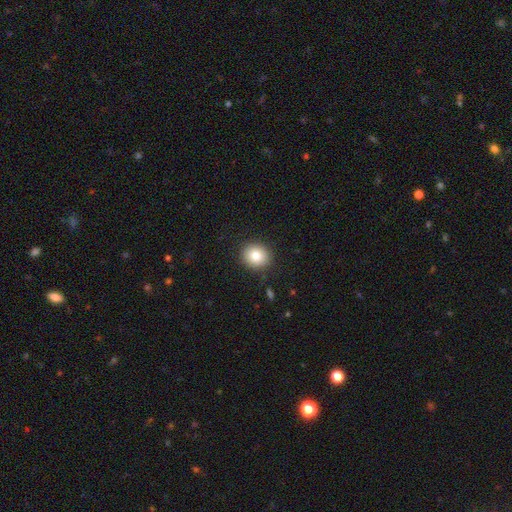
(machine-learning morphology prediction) smooth 82%, star or artifact 9%, featured or disk 8%. Down the decision tree: how rounded — round (82%); merging — none (90%).